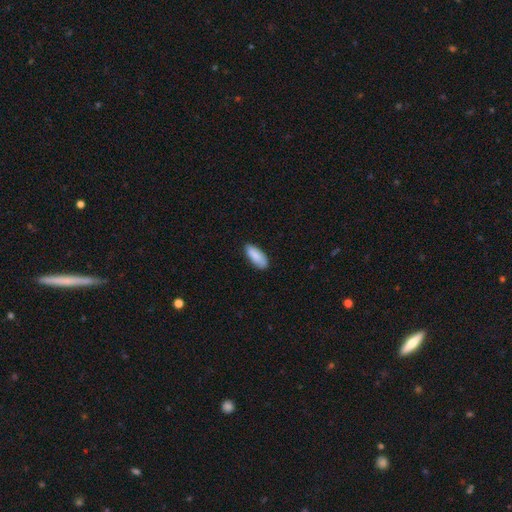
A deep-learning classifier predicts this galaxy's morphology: Q: Smooth or featured?
A: smooth (89%); runner-up: star or artifact (6%)
Q: How rounded?
A: in between (80%); runner-up: cigar-shaped (18%)
Q: Merging?
A: none (82%); runner-up: minor disturbance (14%)